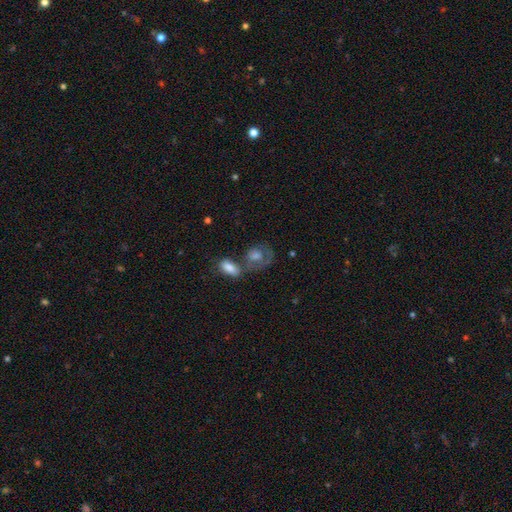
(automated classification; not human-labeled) smooth_or_featured: smooth (p=0.50) [alt: featured or disk p=0.39]
merging: none (p=0.36) [alt: merger p=0.35]